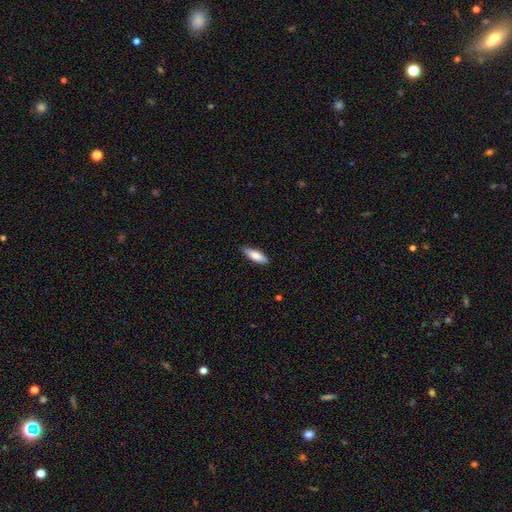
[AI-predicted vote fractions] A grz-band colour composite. It shows a smooth galaxy with no disk features (81%) that is in between round and cigar-shaped (55%). Merging: none (85%).